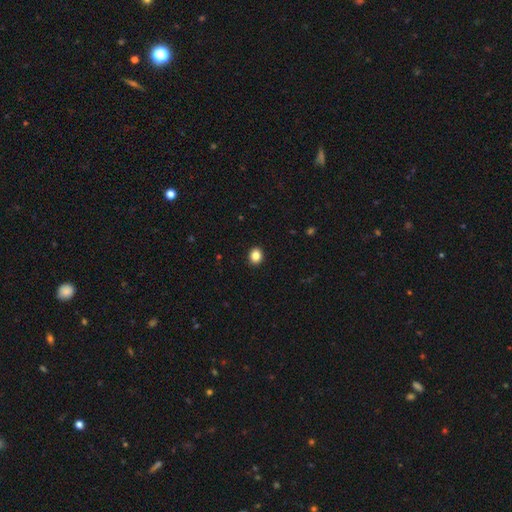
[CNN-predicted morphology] smooth 85%, star or artifact 10%, featured or disk 4%. Down the decision tree: how rounded — round (63%); merging — none (92%).